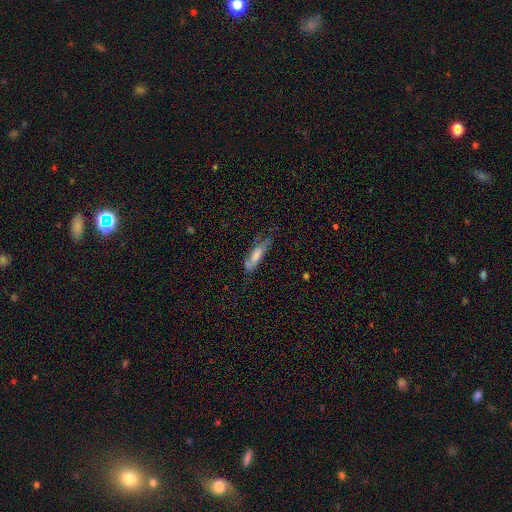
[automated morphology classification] smooth-or-featured: smooth: 59% | featured or disk: 34% | star or artifact: 7%
  how-rounded: cigar-shaped: 57% | in between: 41% | round: 2%
  merging: none: 44% | minor disturbance: 32% | major disturbance: 20% | merger: 3%